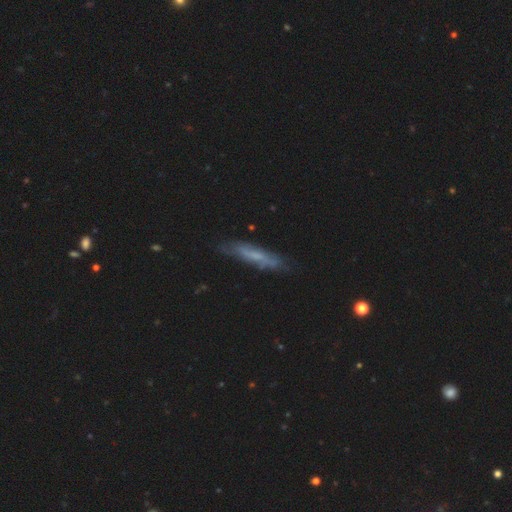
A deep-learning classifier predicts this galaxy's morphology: Smooth or featured: featured or disk — 47% (smooth — 45%)
Merging: none — 74% (minor disturbance — 19%)